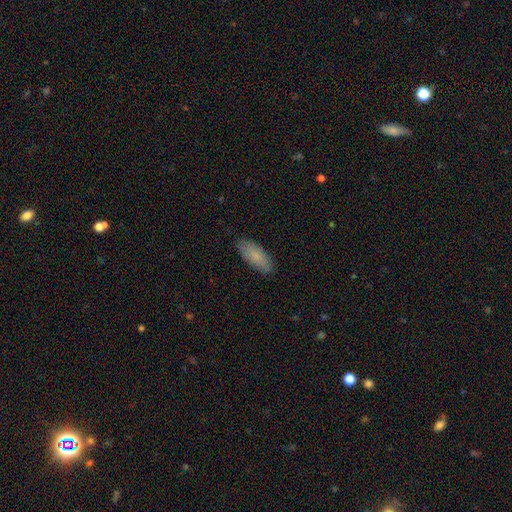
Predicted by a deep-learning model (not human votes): smooth-or-featured: smooth: 81% | featured or disk: 13% | star or artifact: 6%
  how-rounded: in between: 77% | cigar-shaped: 21% | round: 2%
  merging: none: 85% | minor disturbance: 12% | major disturbance: 2% | merger: 1%